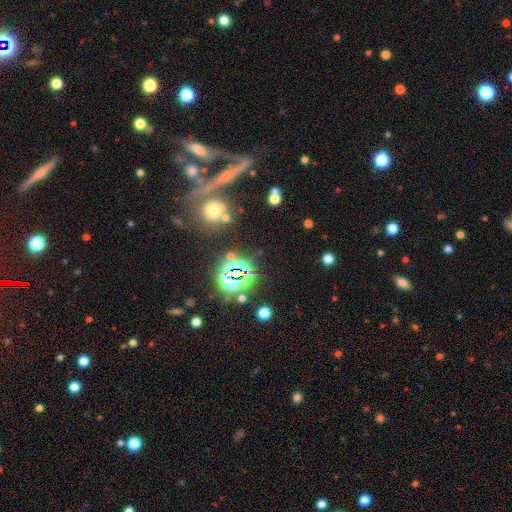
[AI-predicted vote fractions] smooth-or-featured: star or artifact: 65% | smooth: 20% | featured or disk: 15%